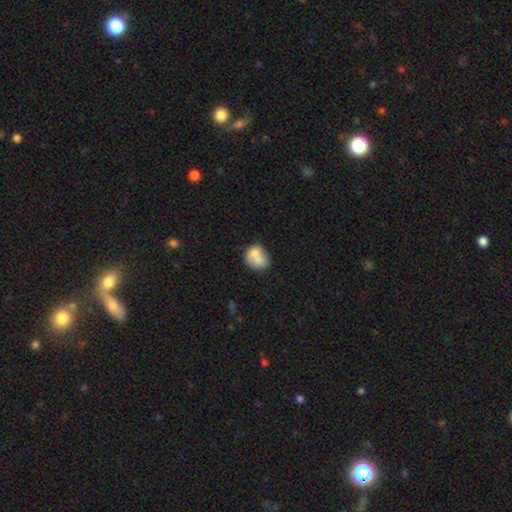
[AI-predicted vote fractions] Smooth or featured?
  - smooth: 69% *
  - featured or disk: 23%
  - star or artifact: 8%
How rounded?
  - round: 58% *
  - in between: 40%
  - cigar-shaped: 1%
Merging?
  - merger: 51% *
  - none: 31%
  - minor disturbance: 12%
  - major disturbance: 5%